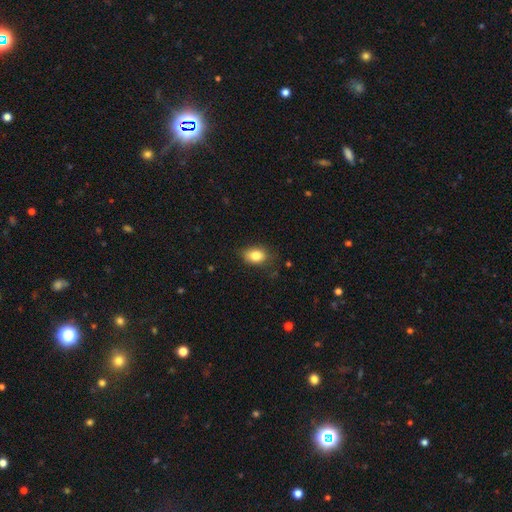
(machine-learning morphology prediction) The model was most divided on "how rounded": in between: 77%, round: 21%, cigar-shaped: 1%. More confident: smooth or featured — smooth (83%); merging — none (77%).